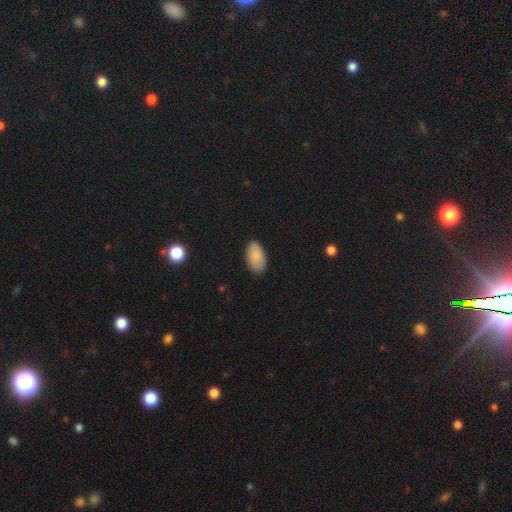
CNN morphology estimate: smooth_or_featured: smooth (p=0.88) [alt: star or artifact p=0.06]
how_rounded: in between (p=0.95) [alt: round p=0.03]
merging: none (p=0.85) [alt: minor disturbance p=0.11]